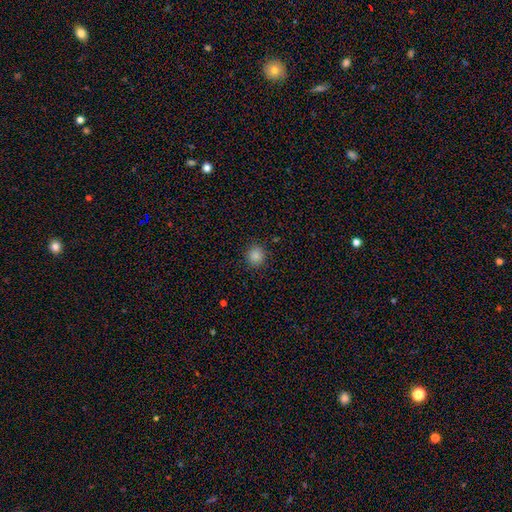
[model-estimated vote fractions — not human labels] Smooth or featured: smooth — 86% (star or artifact — 10%)
How rounded: round — 89% (in between — 10%)
Merging: none — 89% (minor disturbance — 7%)